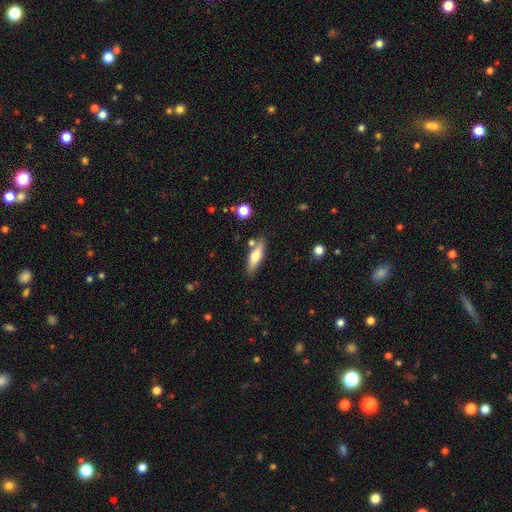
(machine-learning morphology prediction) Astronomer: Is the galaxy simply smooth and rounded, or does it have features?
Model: smooth — 58% (runner-up: featured or disk, 36%).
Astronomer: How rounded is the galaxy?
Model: cigar-shaped — 55% (runner-up: in between, 43%).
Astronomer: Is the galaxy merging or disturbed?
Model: none — 77%.